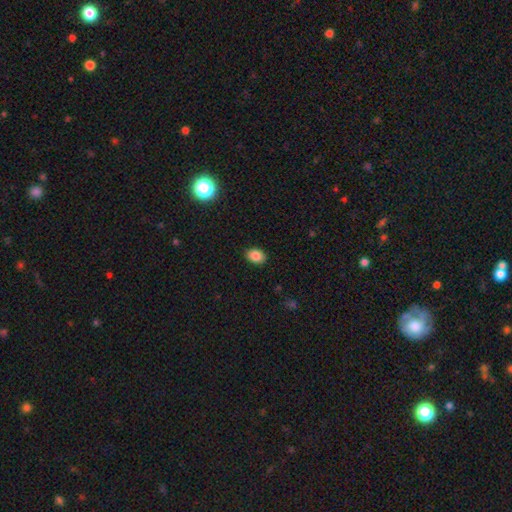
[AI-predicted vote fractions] A smooth galaxy with no disk features (85%) that is in between round and cigar-shaped (75%). Merging: none (89%).